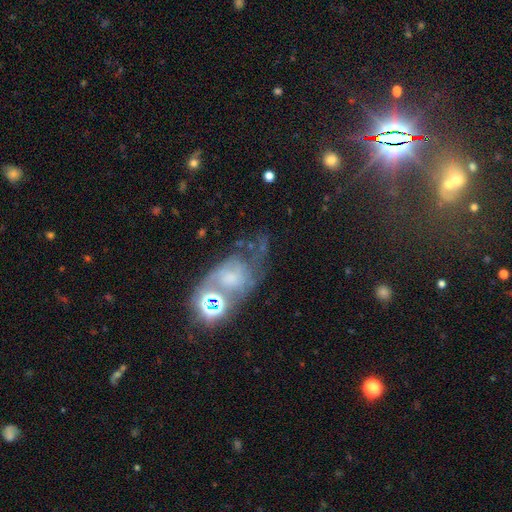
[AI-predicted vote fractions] smooth-or-featured: featured or disk: 54% | star or artifact: 25% | smooth: 21%
  disk-edge-on: no: 94% | yes: 6%
    bar: no: 69% | weak: 25% | strong: 7%
    has-spiral-arms: yes: 73% | no: 27%
    bulge-size: small: 41% | moderate: 34% | none: 14% | large: 8% | dominant: 3%
  merging: none: 38% | major disturbance: 23% | merger: 20% | minor disturbance: 20%